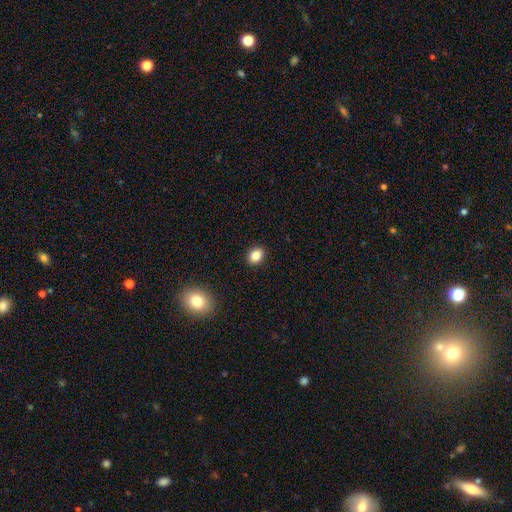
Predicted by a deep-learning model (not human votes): A smooth galaxy with no disk features (83%) that is in between round and cigar-shaped (56%).

Vote fractions:
- Smooth or featured? smooth: 83% / star or artifact: 10% / featured or disk: 7%
- How rounded? in between: 56% / round: 43% / cigar-shaped: 1%
- Merging? none: 90% / minor disturbance: 7% / major disturbance: 2% / merger: 1%